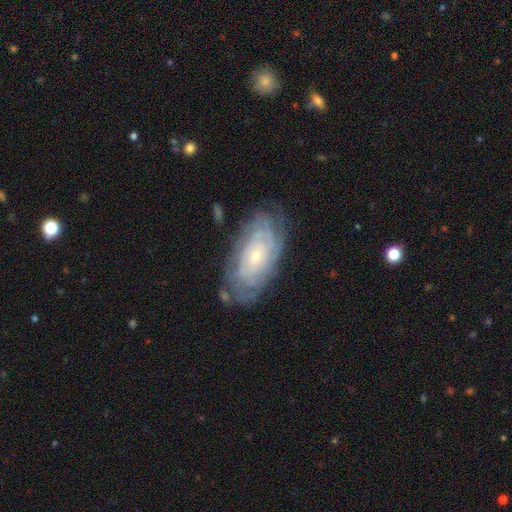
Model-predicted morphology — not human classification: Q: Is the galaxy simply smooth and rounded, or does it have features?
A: featured or disk — 77%.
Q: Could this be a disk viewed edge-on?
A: no — 94%.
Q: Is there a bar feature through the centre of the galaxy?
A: no — 79%.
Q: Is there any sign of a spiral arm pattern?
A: yes — 89%.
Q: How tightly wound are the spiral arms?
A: tight — 80%.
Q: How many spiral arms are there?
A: can't tell — 57%.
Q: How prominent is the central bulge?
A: small — 73%.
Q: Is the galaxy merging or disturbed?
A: none — 73%.